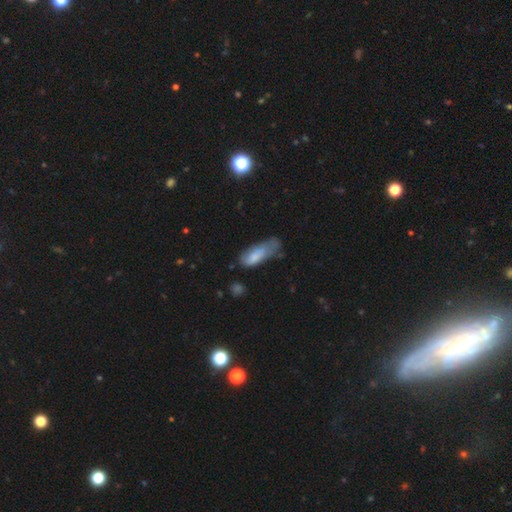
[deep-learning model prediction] Overall: smooth (76%). How rounded: in between (70%). Merging: minor disturbance (38%; major disturbance 29%).